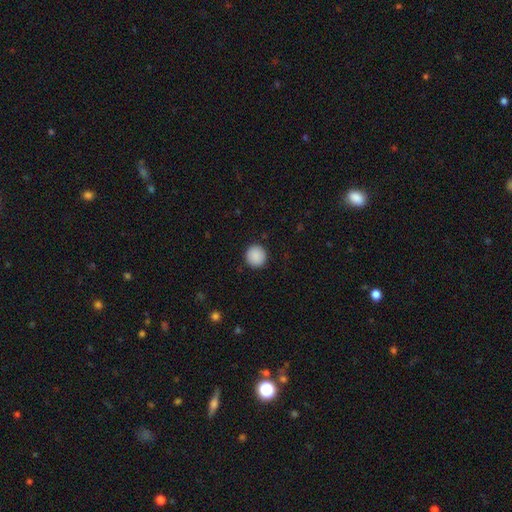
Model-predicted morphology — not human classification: type=smooth (90%); roundness=round (93%); merging=none (92%).